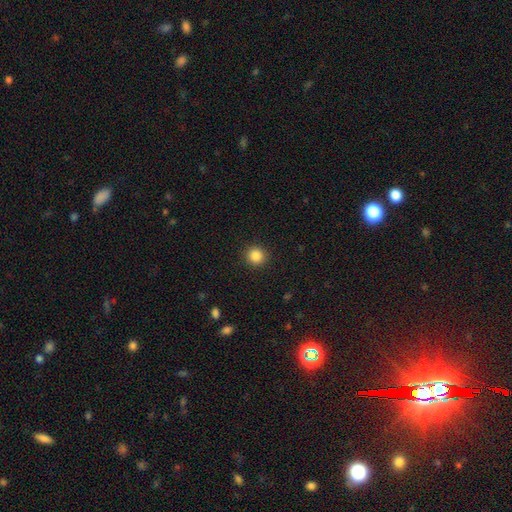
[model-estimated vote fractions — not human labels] The model was most divided on "smooth or featured": smooth: 86%, star or artifact: 10%, featured or disk: 4%. More confident: how rounded — round (91%); merging — none (91%).